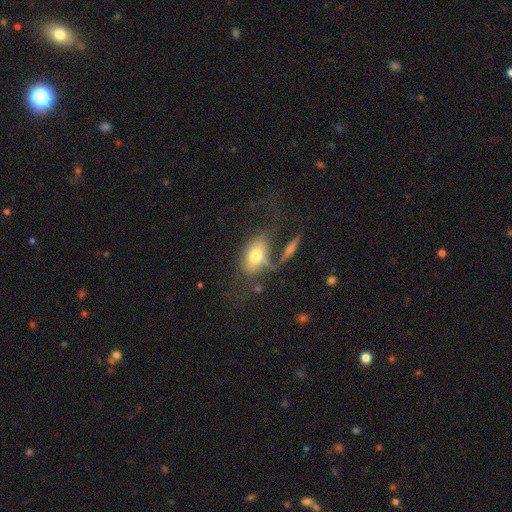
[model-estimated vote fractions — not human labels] smooth-or-featured: smooth: 66% | featured or disk: 26% | star or artifact: 8%
  how-rounded: in between: 87% | round: 8% | cigar-shaped: 6%
  merging: none: 35% | major disturbance: 26% | merger: 21% | minor disturbance: 18%